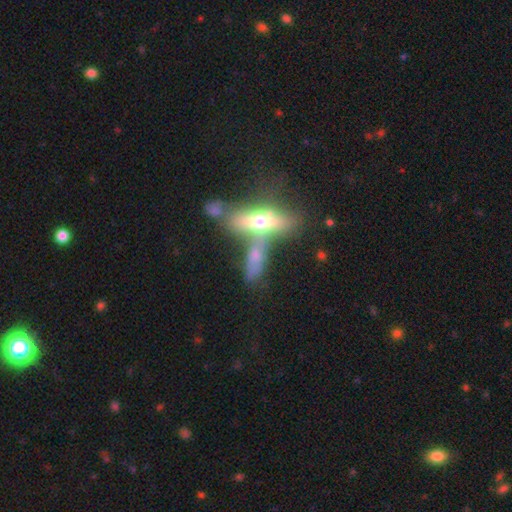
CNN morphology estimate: Smooth or featured?
  - featured or disk: 49% *
  - smooth: 41%
  - star or artifact: 11%
Merging?
  - merger: 42% *
  - none: 35%
  - minor disturbance: 13%
  - major disturbance: 11%